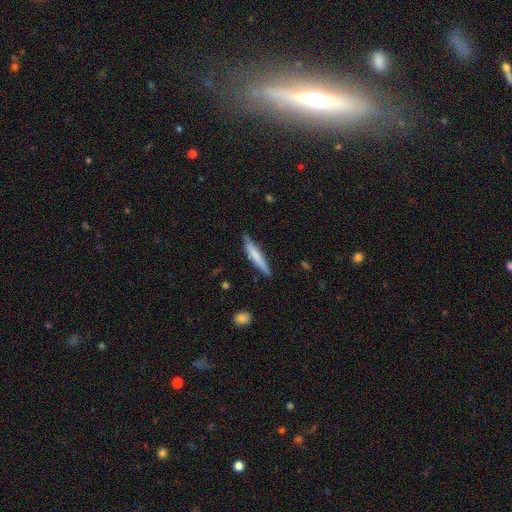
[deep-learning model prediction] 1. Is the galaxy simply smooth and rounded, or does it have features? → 67% smooth, 28% featured or disk, 6% star or artifact.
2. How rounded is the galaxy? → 92% cigar-shaped, 7% in between, 1% round.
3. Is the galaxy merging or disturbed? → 80% none, 16% minor disturbance, 3% major disturbance, 2% merger.